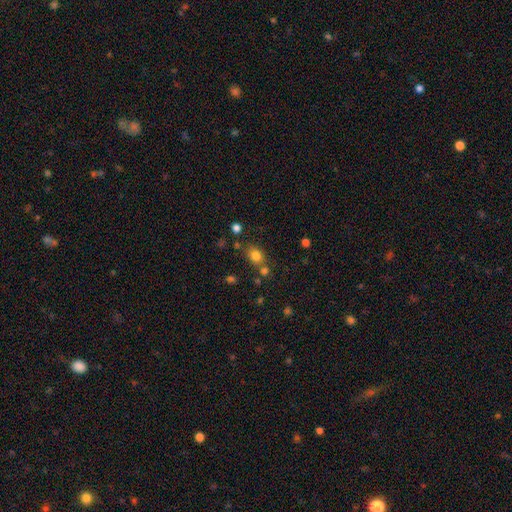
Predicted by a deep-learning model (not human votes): Smooth or featured?
  - smooth: 79% *
  - star or artifact: 14%
  - featured or disk: 7%
How rounded?
  - round: 51% *
  - in between: 47%
  - cigar-shaped: 1%
Merging?
  - none: 67% *
  - merger: 16%
  - minor disturbance: 13%
  - major disturbance: 4%